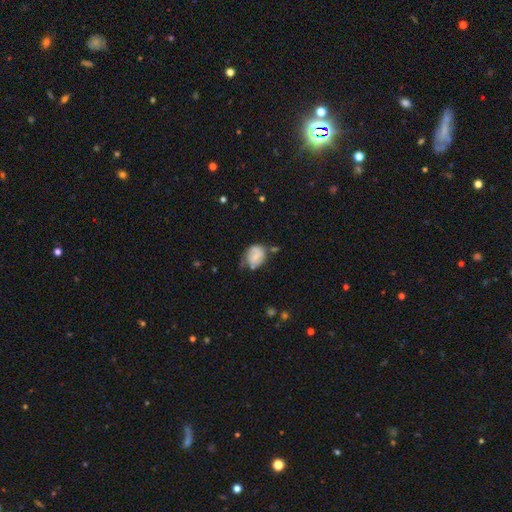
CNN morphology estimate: A smooth galaxy with no disk features (54%) that is round (54%). Merging: none (45%).